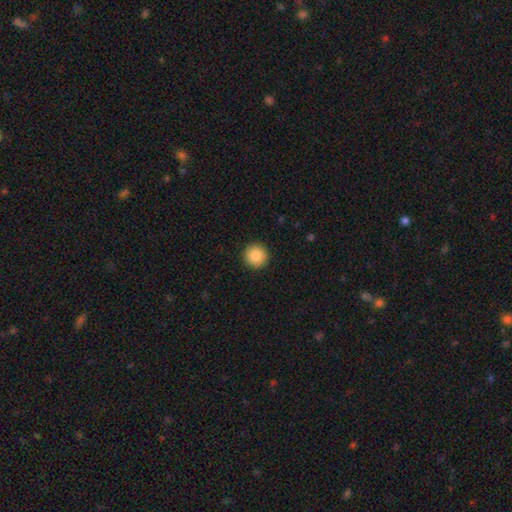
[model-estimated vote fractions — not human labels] Smooth or featured? Predicted: smooth (p=0.88). How rounded? Predicted: round (p=0.96). Merging? Predicted: none (p=0.93).